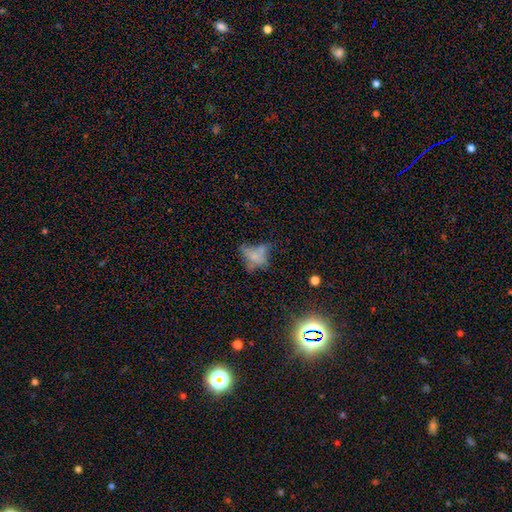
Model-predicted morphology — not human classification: Overall: smooth (49%; featured or disk 29%). Merging: none (34%; major disturbance 29%).